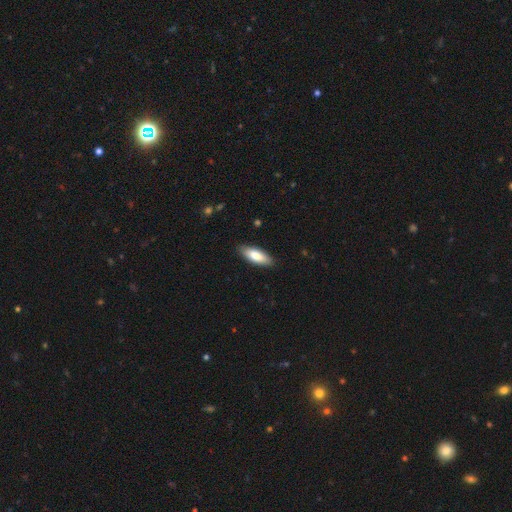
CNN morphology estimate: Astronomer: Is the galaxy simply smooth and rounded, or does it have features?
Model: smooth — 81%.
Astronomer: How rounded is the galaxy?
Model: in between — 69%.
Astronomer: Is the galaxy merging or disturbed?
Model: none — 87%.